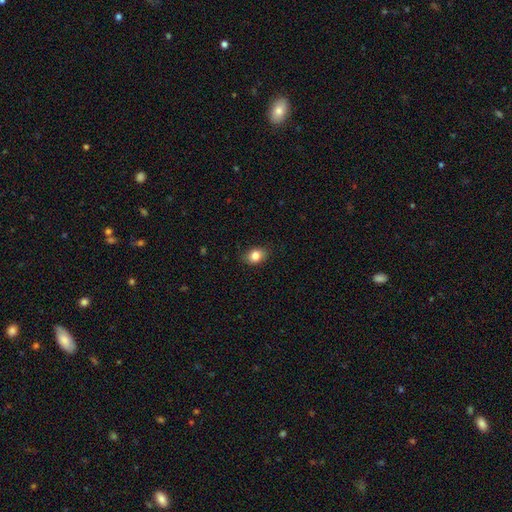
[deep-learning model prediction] Smooth or featured?
  - smooth: 83% *
  - star or artifact: 9%
  - featured or disk: 8%
How rounded?
  - in between: 68% *
  - round: 31%
  - cigar-shaped: 1%
Merging?
  - none: 83% *
  - minor disturbance: 13%
  - major disturbance: 3%
  - merger: 1%